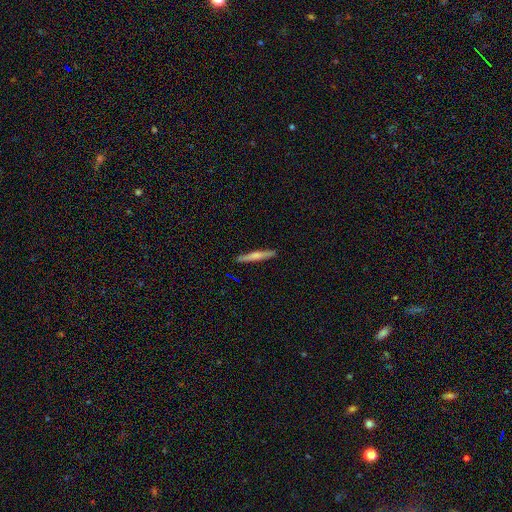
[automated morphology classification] Smooth or featured? smooth (60%)
How rounded? cigar-shaped (95%)
Merging? none (90%)